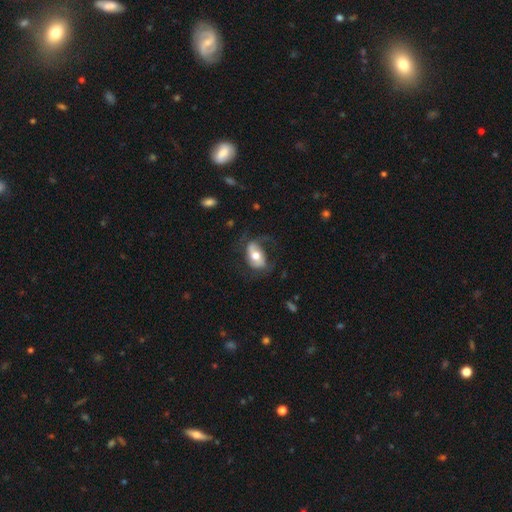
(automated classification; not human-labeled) Smooth or featured? featured or disk (50%)
Edge-on disk? no (93%)
Merging? none (53%)